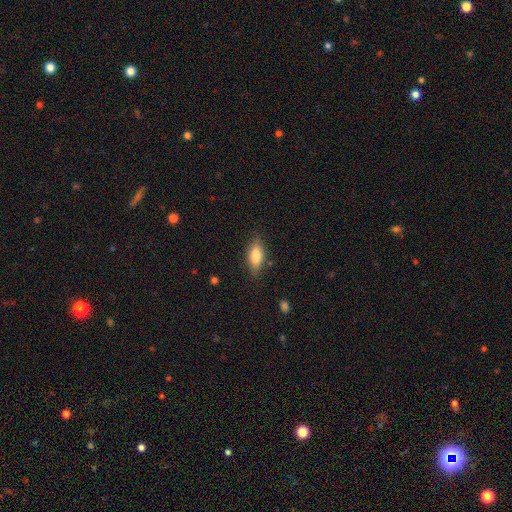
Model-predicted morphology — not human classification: Smooth or featured: smooth — 78% (featured or disk — 15%)
How rounded: in between — 76% (cigar-shaped — 21%)
Merging: none — 82% (minor disturbance — 14%)